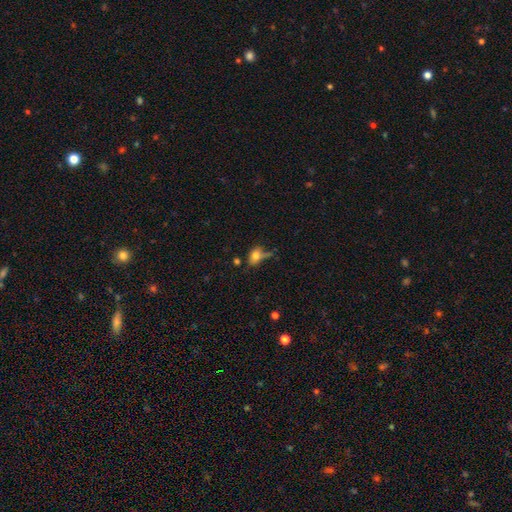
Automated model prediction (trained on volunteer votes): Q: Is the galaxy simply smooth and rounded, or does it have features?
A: smooth — 69%.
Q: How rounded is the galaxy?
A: in between — 71%.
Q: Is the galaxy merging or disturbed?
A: none — 41%.